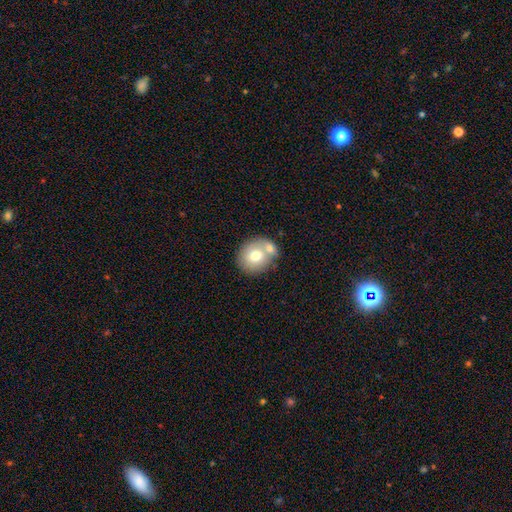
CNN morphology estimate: Overall: smooth (71%). How rounded: round (75%). Merging: none (44%; merger 42%).